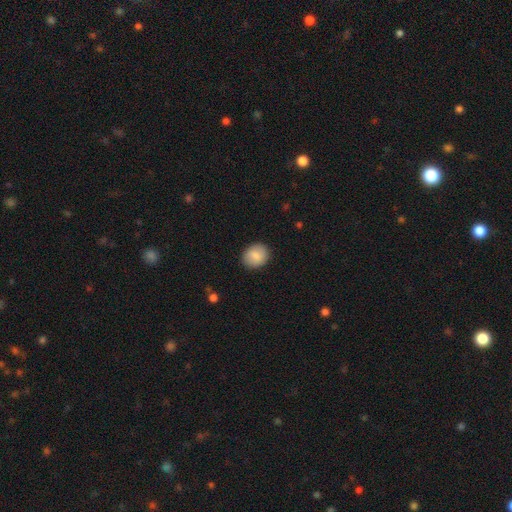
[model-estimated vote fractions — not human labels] A smooth galaxy with no disk features (84%) that is round (64%).

Vote fractions:
- Smooth or featured? smooth: 84% / featured or disk: 9% / star or artifact: 7%
- How rounded? round: 64% / in between: 35% / cigar-shaped: 1%
- Merging? none: 88% / minor disturbance: 9% / major disturbance: 2% / merger: 1%